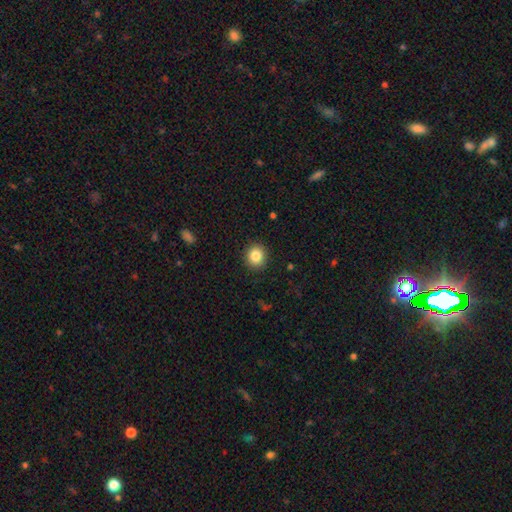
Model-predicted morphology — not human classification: This is clearly a smooth galaxy (85%). How rounded: clearly round (87%). Merging: clearly none (91%).